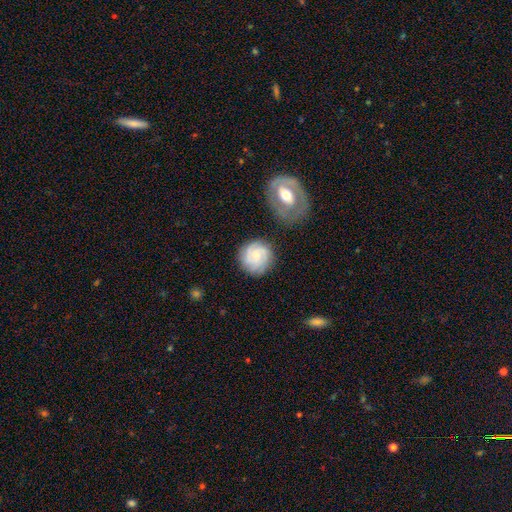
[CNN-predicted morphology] Smooth or featured? Predicted: smooth (p=0.49). Merging? Predicted: none (p=0.77).